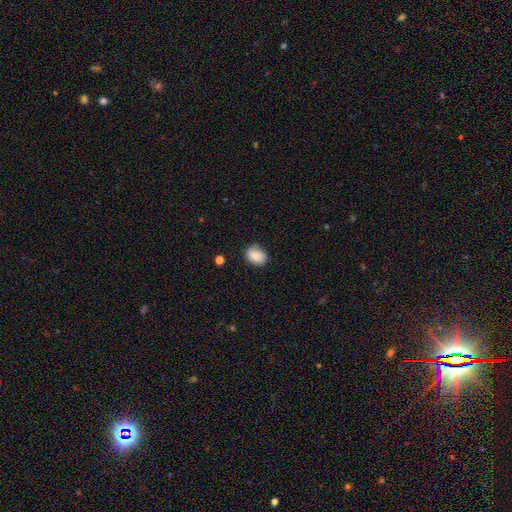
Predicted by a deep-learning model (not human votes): Q: Smooth or featured?
A: smooth (87%); runner-up: star or artifact (8%)
Q: How rounded?
A: in between (66%); runner-up: round (32%)
Q: Merging?
A: none (79%); runner-up: minor disturbance (16%)